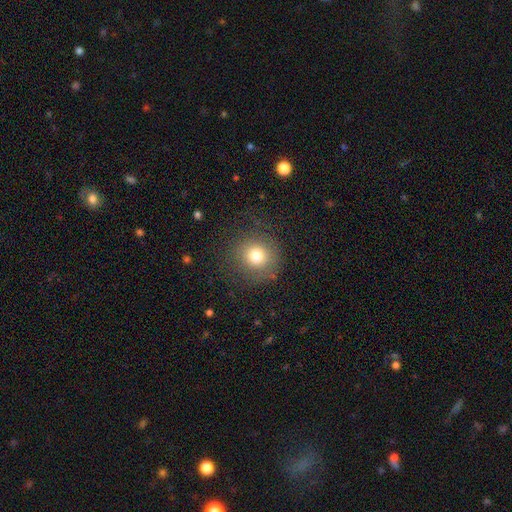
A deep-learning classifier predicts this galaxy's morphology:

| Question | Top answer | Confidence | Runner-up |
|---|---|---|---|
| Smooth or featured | smooth | 74% | star or artifact (14%) |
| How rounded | round | 92% | in between (7%) |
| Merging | none | 81% | minor disturbance (11%) |